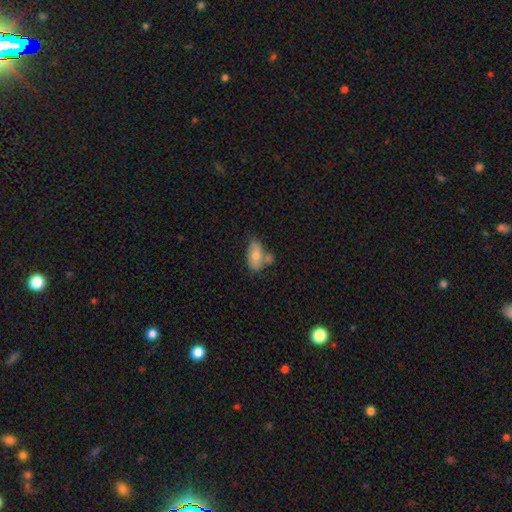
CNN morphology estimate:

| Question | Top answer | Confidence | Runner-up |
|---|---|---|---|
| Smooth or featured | smooth | 63% | featured or disk (29%) |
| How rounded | in between | 89% | round (8%) |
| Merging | none | 39% | merger (31%) |